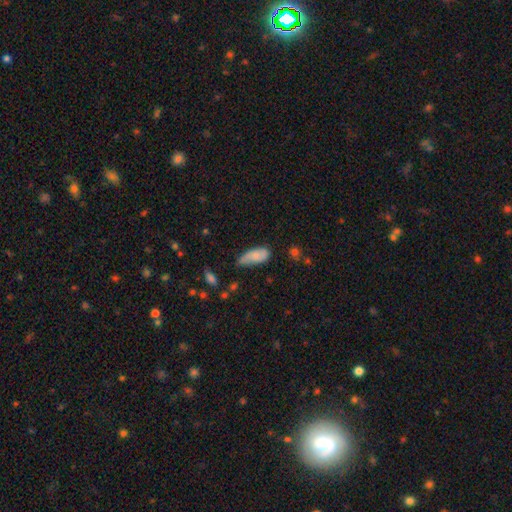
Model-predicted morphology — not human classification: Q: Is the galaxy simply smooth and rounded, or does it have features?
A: smooth — 78%.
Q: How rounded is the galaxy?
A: in between — 83%.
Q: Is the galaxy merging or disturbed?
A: minor disturbance — 44%.